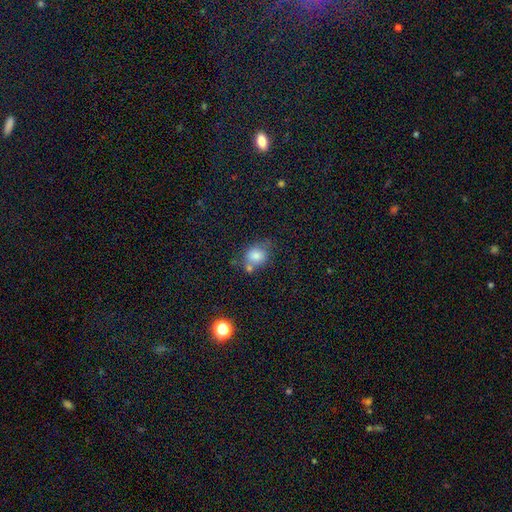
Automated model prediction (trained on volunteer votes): Smooth or featured: smooth — 79% (star or artifact — 11%)
How rounded: round — 61% (in between — 37%)
Merging: none — 50% (merger — 23%)